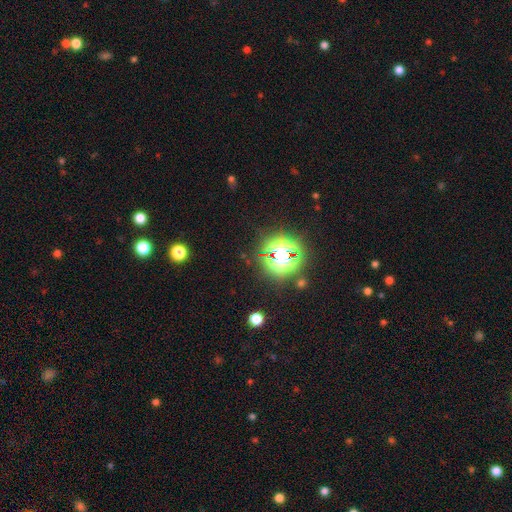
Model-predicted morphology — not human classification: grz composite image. It shows a star or artifact, not a galaxy (82%).